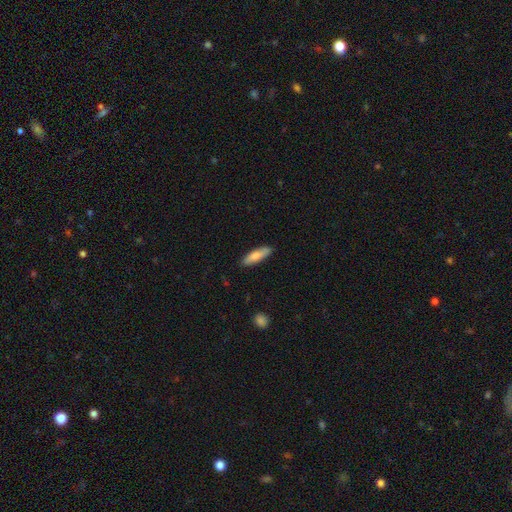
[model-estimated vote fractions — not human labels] This appears to be a smooth galaxy with no disk features (77%) that is cigar-shaped (64%). Merging: none (86%).